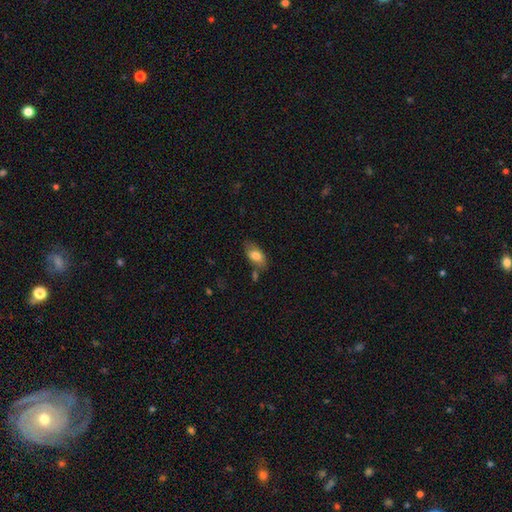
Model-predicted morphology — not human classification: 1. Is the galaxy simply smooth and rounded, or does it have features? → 78% smooth, 16% featured or disk, 7% star or artifact.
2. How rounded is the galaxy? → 92% in between, 4% cigar-shaped, 4% round.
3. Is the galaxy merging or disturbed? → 68% none, 19% minor disturbance, 8% merger, 5% major disturbance.